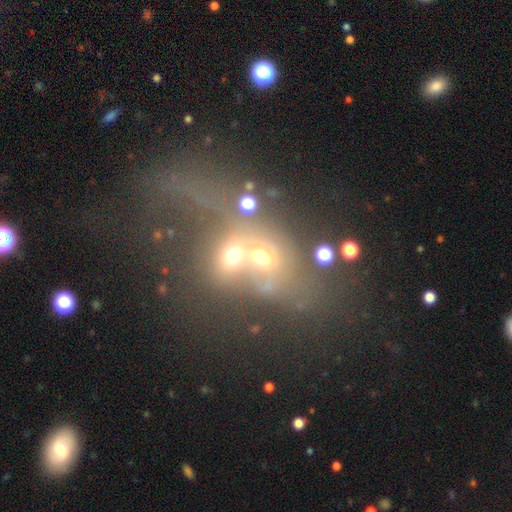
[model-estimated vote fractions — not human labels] Morphology: type=smooth (40%); merging=merger (69%).